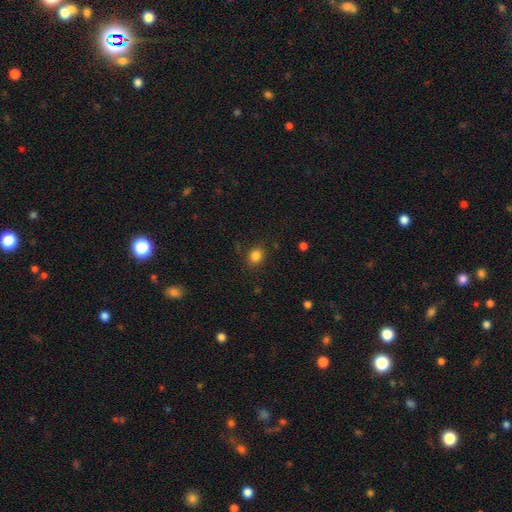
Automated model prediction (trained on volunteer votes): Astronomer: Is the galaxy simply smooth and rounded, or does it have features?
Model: smooth — 83%.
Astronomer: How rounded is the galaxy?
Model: round — 71%.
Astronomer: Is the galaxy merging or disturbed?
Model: none — 85%.